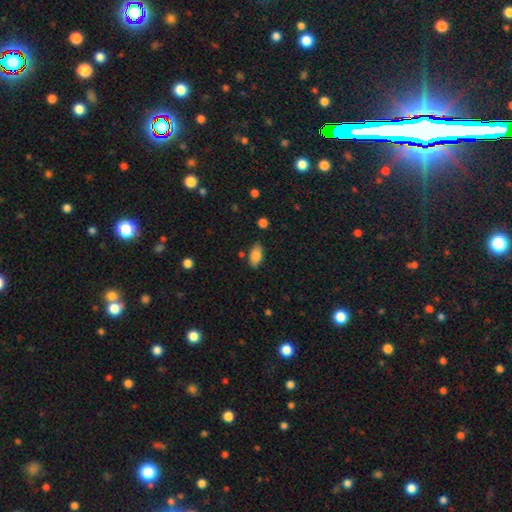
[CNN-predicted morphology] Overall: smooth (84%). How rounded: in between (92%). Merging: none (81%).